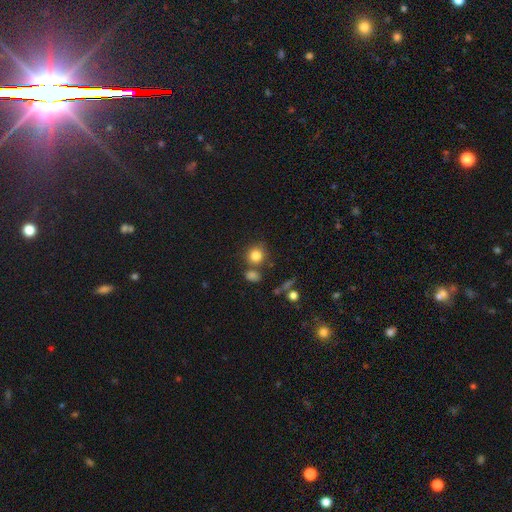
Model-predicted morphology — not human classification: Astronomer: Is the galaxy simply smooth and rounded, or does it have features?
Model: smooth — 82%.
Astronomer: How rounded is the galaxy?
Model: round — 85%.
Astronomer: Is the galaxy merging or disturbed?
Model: none — 68%.